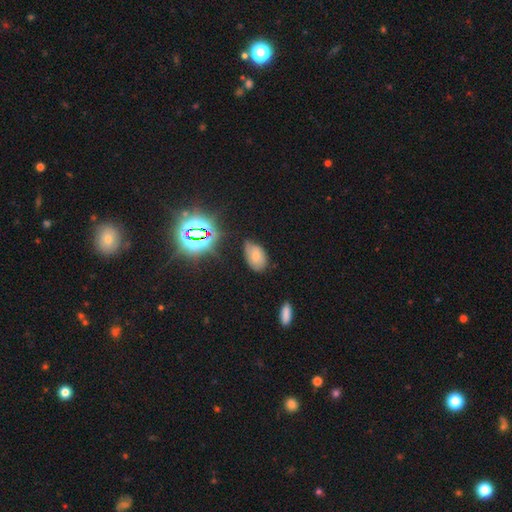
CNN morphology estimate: Smooth or featured? Predicted: smooth (p=0.67). How rounded? Predicted: in between (p=0.91). Merging? Predicted: none (p=0.61).